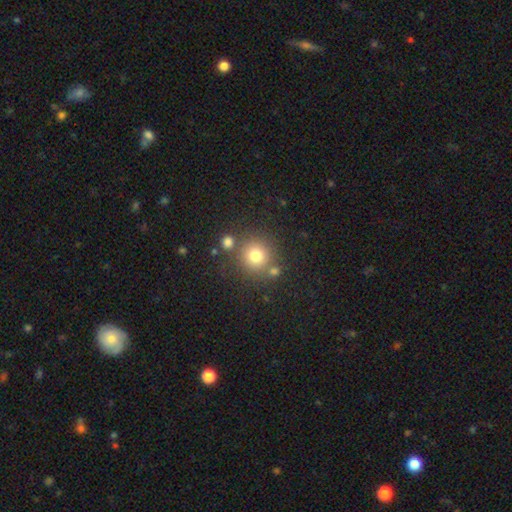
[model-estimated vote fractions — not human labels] Smooth or featured? Predicted: smooth (p=0.77). How rounded? Predicted: round (p=0.92). Merging? Predicted: none (p=0.76).